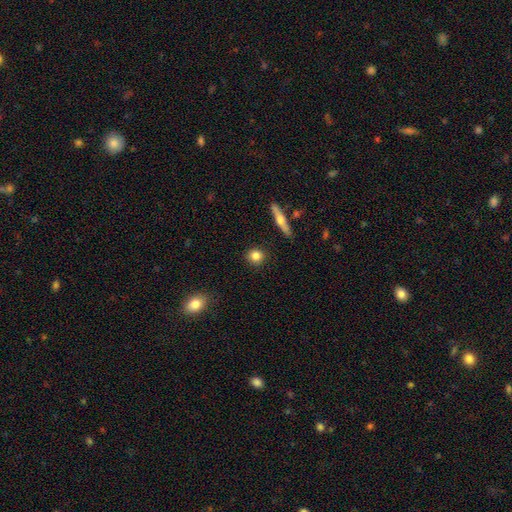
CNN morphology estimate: smooth-or-featured: smooth: 82% | featured or disk: 10% | star or artifact: 8%
  how-rounded: round: 85% | in between: 12% | cigar-shaped: 3%
  merging: none: 90% | minor disturbance: 7% | major disturbance: 2% | merger: 2%